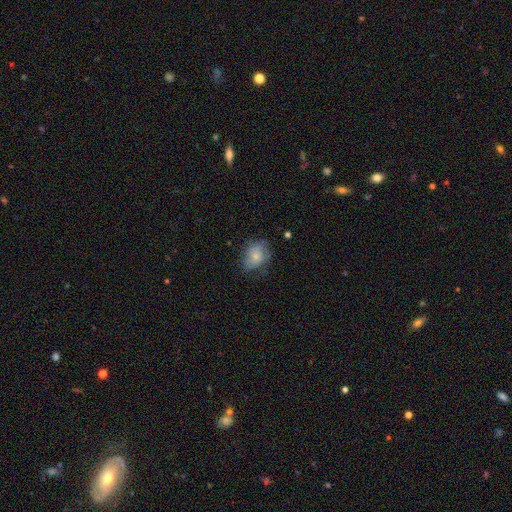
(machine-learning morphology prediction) A smooth galaxy with no disk features (60%) that is in between round and cigar-shaped (62%).

Vote fractions:
- Smooth or featured? smooth: 60% / featured or disk: 32% / star or artifact: 8%
- How rounded? in between: 62% / round: 37% / cigar-shaped: 1%
- Merging? none: 57% / minor disturbance: 28% / major disturbance: 14% / merger: 1%